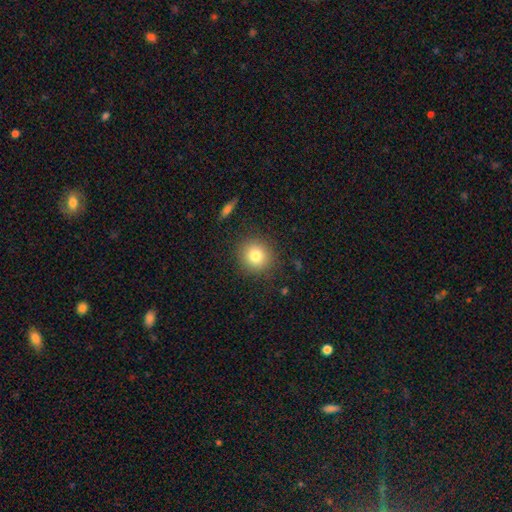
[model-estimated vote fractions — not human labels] smooth-or-featured: smooth: 80% | star or artifact: 11% | featured or disk: 9%
  how-rounded: round: 90% | in between: 9% | cigar-shaped: 1%
  merging: none: 87% | minor disturbance: 8% | major disturbance: 3% | merger: 1%